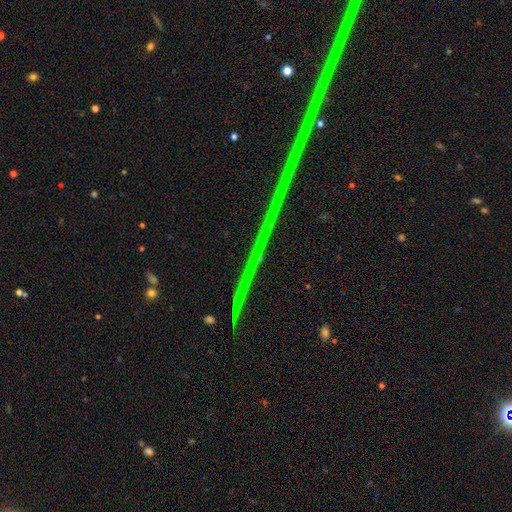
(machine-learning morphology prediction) Smooth or featured? star or artifact (85%)